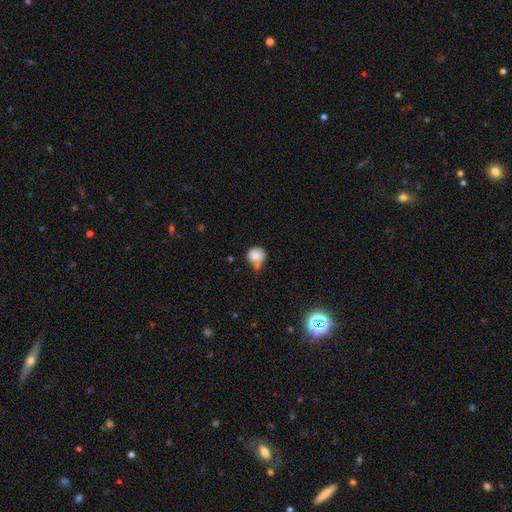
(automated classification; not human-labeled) Smooth or featured: smooth — 81% (featured or disk — 10%)
How rounded: round — 82% (in between — 17%)
Merging: none — 41% (minor disturbance — 29%)